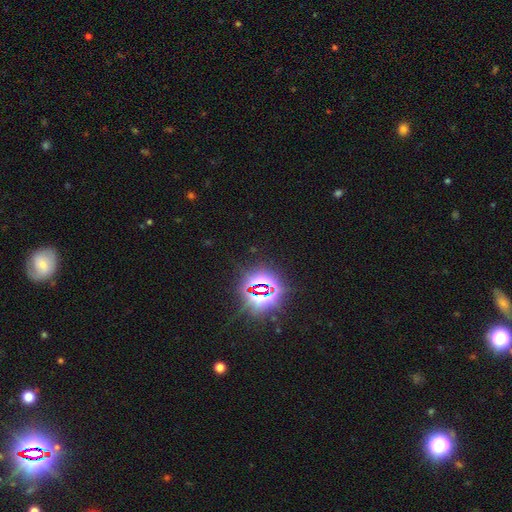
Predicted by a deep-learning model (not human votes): smooth-or-featured: star or artifact: 82% | smooth: 11% | featured or disk: 7%